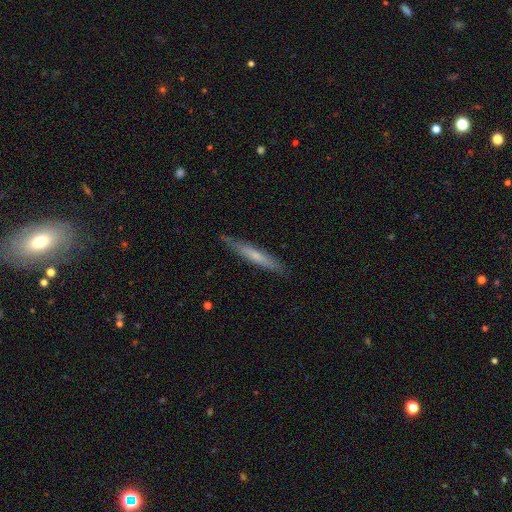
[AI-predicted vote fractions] The model was most divided on "smooth or featured": smooth: 52%, featured or disk: 42%, star or artifact: 6%. More confident: how rounded — cigar-shaped (94%); merging — none (85%).